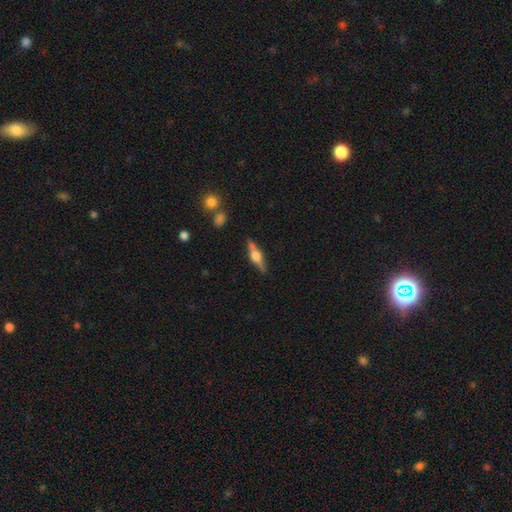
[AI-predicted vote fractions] The model was most divided on "smooth or featured": featured or disk: 70%, smooth: 23%, star or artifact: 7%. More confident: edge-on disk — yes (96%); edge-on bulge — rounded (89%); merging — none (80%).